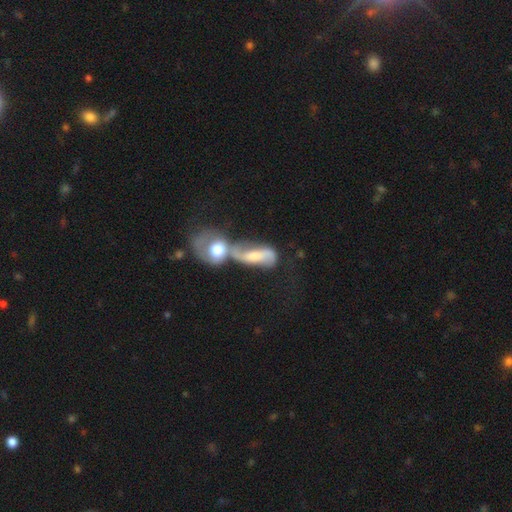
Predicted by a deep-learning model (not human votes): This appears to be a featured or disk galaxy (57%) with no bar (48%), spiral arms (77%) and a moderate central bulge (48%). Merging: merger (70%).